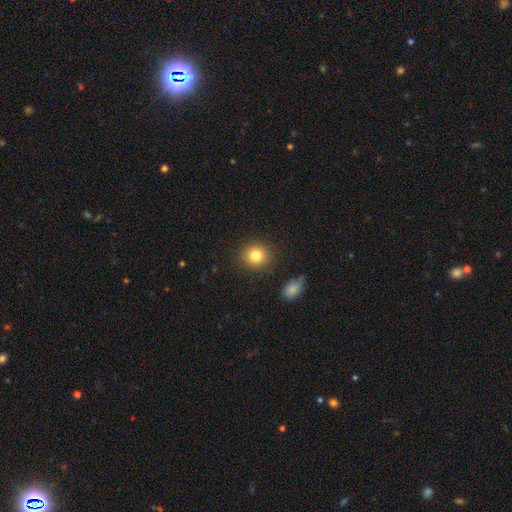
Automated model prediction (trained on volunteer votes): smooth-or-featured: smooth: 82% | star or artifact: 10% | featured or disk: 7%
  how-rounded: round: 86% | in between: 13% | cigar-shaped: 1%
  merging: none: 87% | minor disturbance: 8% | major disturbance: 3% | merger: 2%